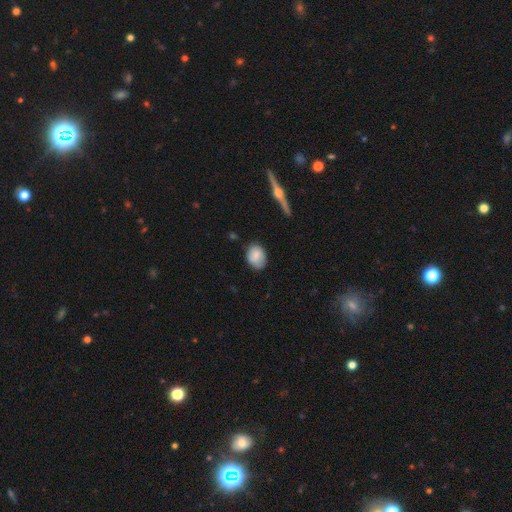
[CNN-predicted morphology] A smooth galaxy with no disk features (80%) that is in between round and cigar-shaped (60%).

Vote fractions:
- Smooth or featured? smooth: 80% / featured or disk: 13% / star or artifact: 7%
- How rounded? in between: 60% / round: 38% / cigar-shaped: 2%
- Merging? none: 75% / minor disturbance: 20% / major disturbance: 3% / merger: 2%